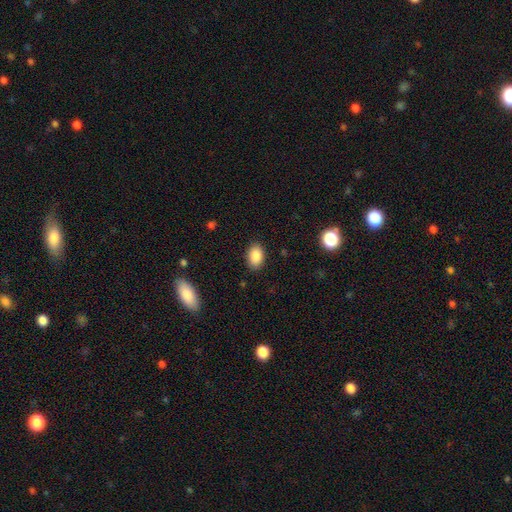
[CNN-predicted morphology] Overall: smooth (88%). How rounded: in between (87%). Merging: none (87%).